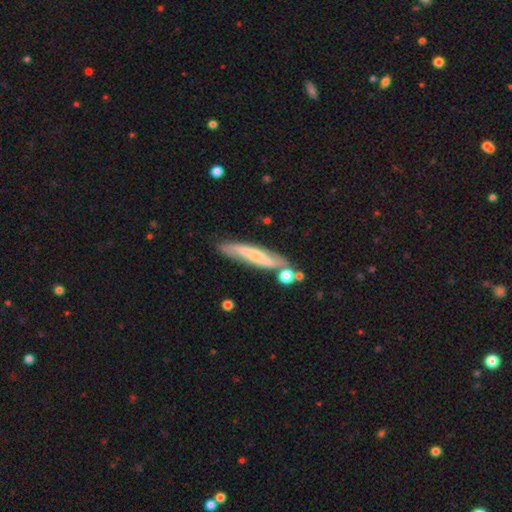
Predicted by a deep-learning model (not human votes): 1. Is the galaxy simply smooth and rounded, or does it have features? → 52% featured or disk, 40% smooth, 7% star or artifact.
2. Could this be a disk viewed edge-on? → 53% yes, 47% no.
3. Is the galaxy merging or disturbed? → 67% none, 19% minor disturbance, 9% merger, 5% major disturbance.